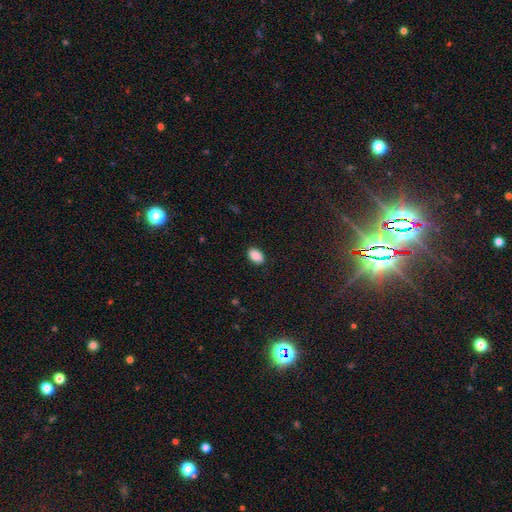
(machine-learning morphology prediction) A smooth galaxy with no disk features (89%) that is in between round and cigar-shaped (89%).

Vote fractions:
- Smooth or featured? smooth: 89% / star or artifact: 8% / featured or disk: 3%
- How rounded? in between: 89% / round: 10% / cigar-shaped: 1%
- Merging? none: 88% / minor disturbance: 9% / major disturbance: 2% / merger: 1%